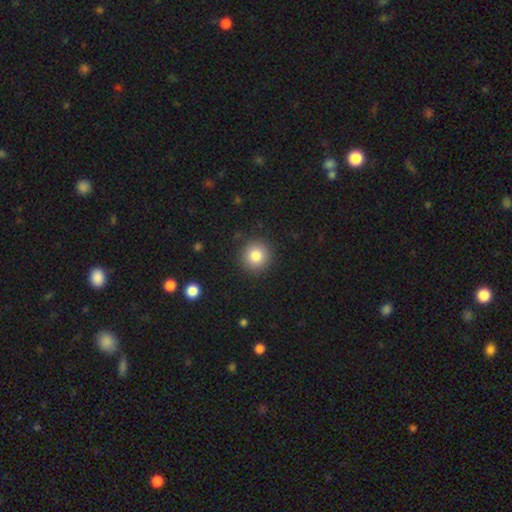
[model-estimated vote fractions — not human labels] Smooth or featured?
  - smooth: 83% *
  - star or artifact: 10%
  - featured or disk: 7%
How rounded?
  - round: 94% *
  - in between: 5%
  - cigar-shaped: 1%
Merging?
  - none: 90% *
  - minor disturbance: 7%
  - major disturbance: 2%
  - merger: 1%